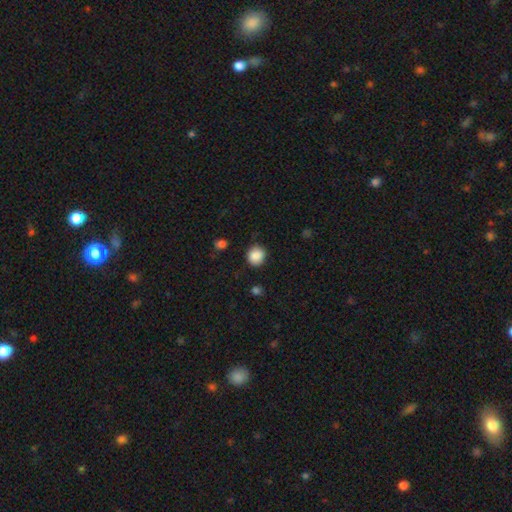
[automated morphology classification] Smooth or featured: smooth — 88% (star or artifact — 9%)
How rounded: round — 86% (in between — 13%)
Merging: none — 87% (minor disturbance — 9%)